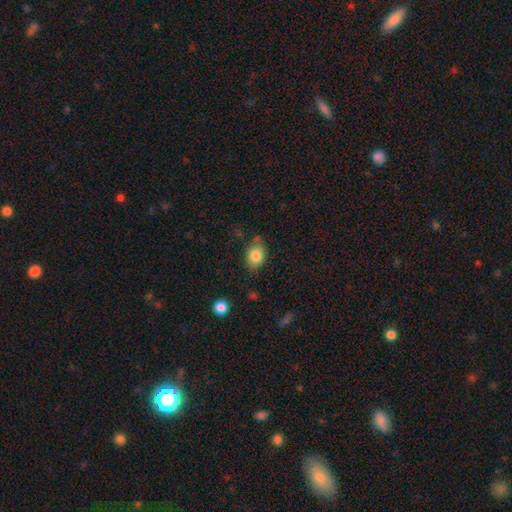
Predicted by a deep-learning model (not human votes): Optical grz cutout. It shows a smooth galaxy with no disk features (83%) that is in between round and cigar-shaped (75%). Merging: none (70%).